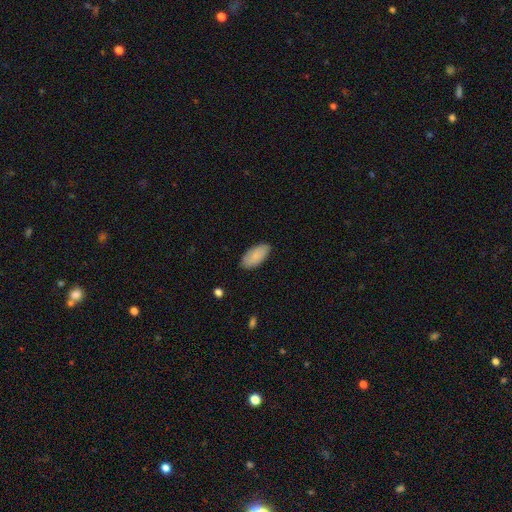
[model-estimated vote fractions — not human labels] This appears to be a smooth galaxy with no disk features (85%) that is in between round and cigar-shaped (93%). Merging: none (83%).